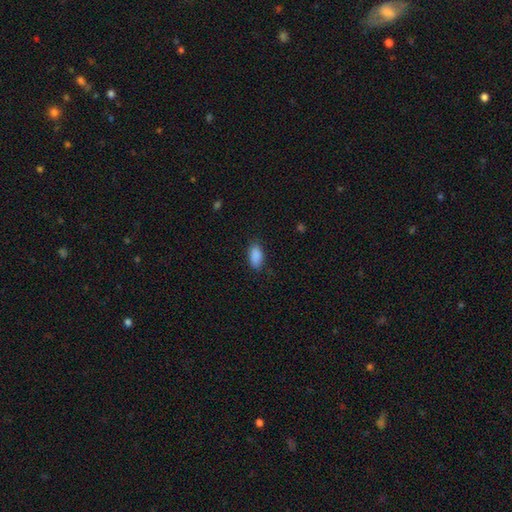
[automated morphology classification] Smooth or featured? smooth (89%)
How rounded? in between (92%)
Merging? none (81%)